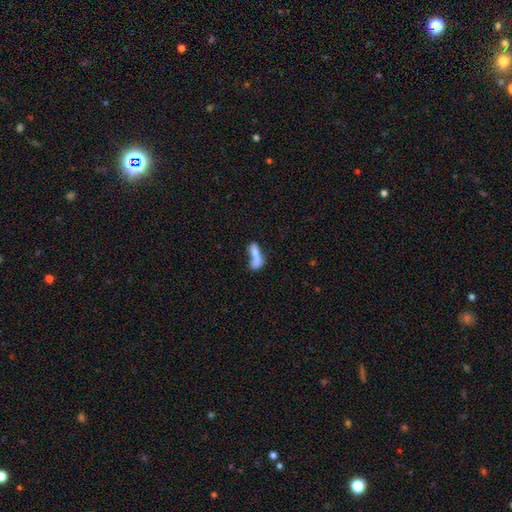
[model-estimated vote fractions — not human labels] smooth-or-featured: smooth: 69% | featured or disk: 21% | star or artifact: 10%
  how-rounded: in between: 62% | cigar-shaped: 32% | round: 6%
  merging: merger: 59% | none: 21% | major disturbance: 11% | minor disturbance: 10%